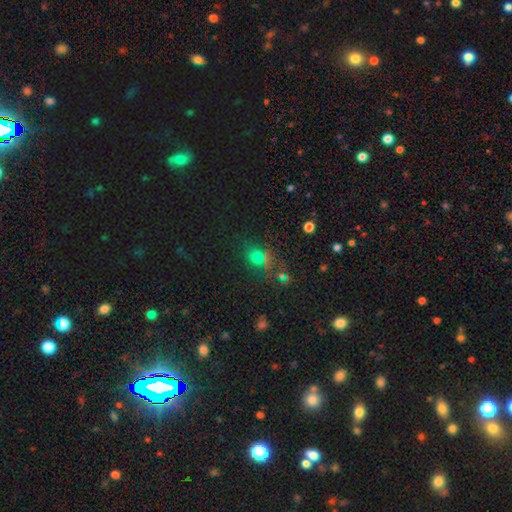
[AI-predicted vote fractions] smooth_or_featured: smooth (p=0.47) [alt: star or artifact p=0.43]
merging: none (p=0.59) [alt: merger p=0.20]